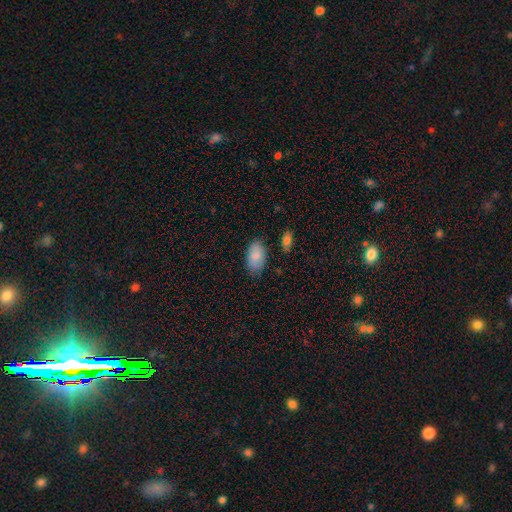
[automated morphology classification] A smooth galaxy with no disk features (86%) that is in between round and cigar-shaped (94%). Merging: none (81%).